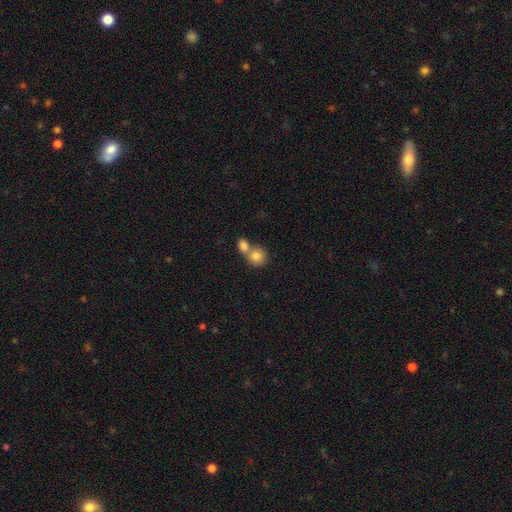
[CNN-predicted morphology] Smooth or featured: smooth — 81% (featured or disk — 11%)
How rounded: round — 81% (in between — 18%)
Merging: merger — 60% (none — 32%)